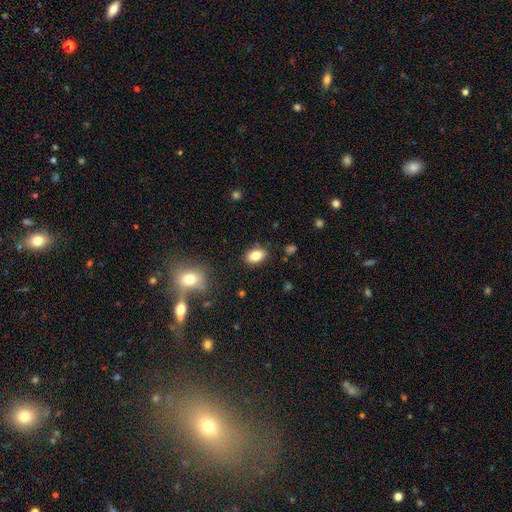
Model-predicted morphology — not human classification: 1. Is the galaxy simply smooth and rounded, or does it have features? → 84% smooth, 9% star or artifact, 8% featured or disk.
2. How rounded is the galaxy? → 85% in between, 13% round, 2% cigar-shaped.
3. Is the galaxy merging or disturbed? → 85% none, 10% minor disturbance, 3% major disturbance, 2% merger.